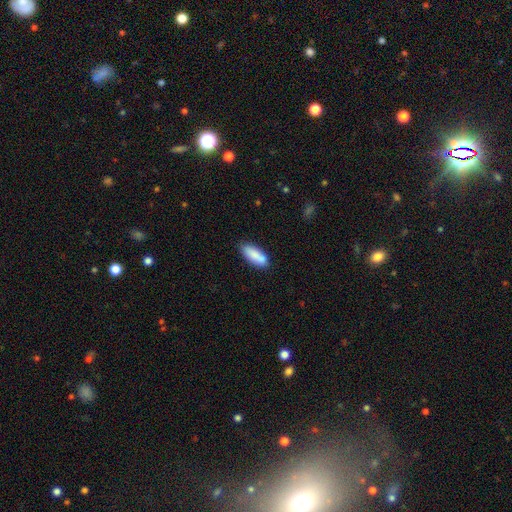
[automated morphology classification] Smooth or featured? smooth (85%)
How rounded? in between (67%)
Merging? none (77%)